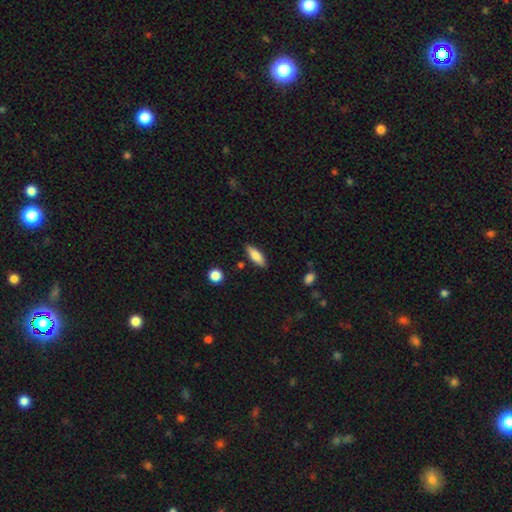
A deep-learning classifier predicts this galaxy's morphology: This is clearly a smooth galaxy (82%). How rounded: likely in between (66%). Merging: clearly none (84%).